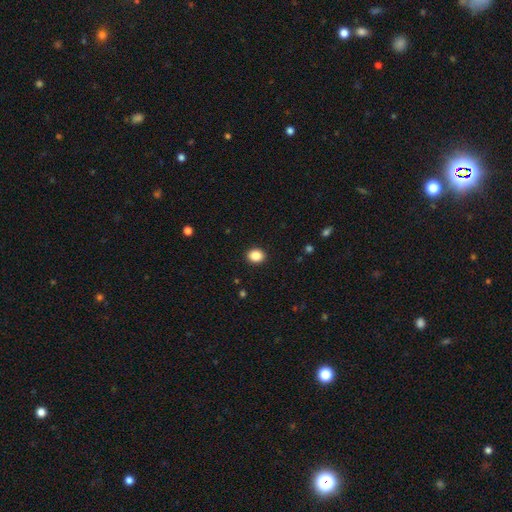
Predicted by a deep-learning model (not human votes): Overall: smooth (87%). How rounded: round (62%; in between 37%). Merging: none (92%).